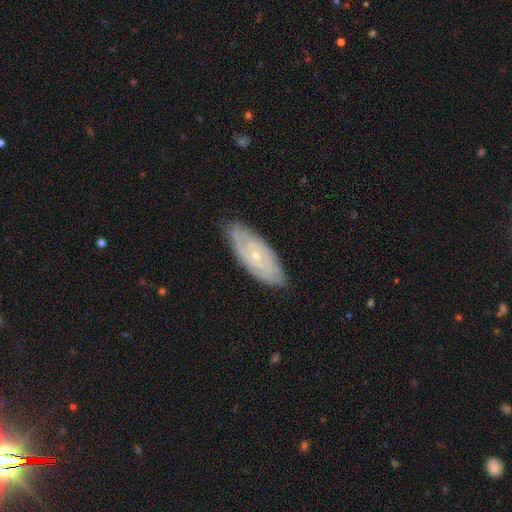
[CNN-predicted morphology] smooth-or-featured: featured or disk: 74% | smooth: 19% | star or artifact: 6%
  disk-edge-on: no: 88% | yes: 12%
    bar: no: 73% | weak: 23% | strong: 4%
    has-spiral-arms: yes: 89% | no: 11%
      spiral-winding: tight: 68% | medium: 25% | loose: 7%
      spiral-arm-count: can't tell: 45% | 2: 28% | 3: 13% | 4: 6% | 1: 4% | more than 4: 4%
    bulge-size: small: 75% | moderate: 22% | none: 1% | large: 1% | dominant: 1%
  merging: none: 80% | minor disturbance: 16% | major disturbance: 3% | merger: 1%